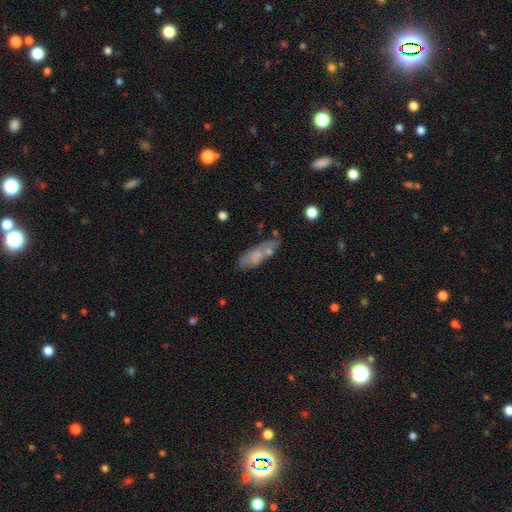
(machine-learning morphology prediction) smooth_or_featured: smooth (p=0.64) [alt: featured or disk p=0.28]
how_rounded: in between (p=0.61) [alt: cigar-shaped p=0.37]
merging: none (p=0.57) [alt: minor disturbance p=0.22]